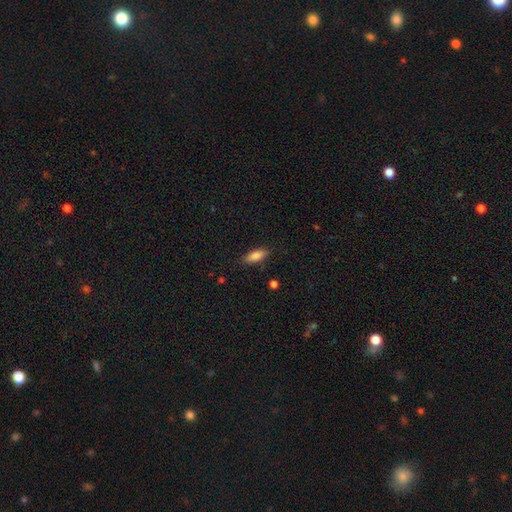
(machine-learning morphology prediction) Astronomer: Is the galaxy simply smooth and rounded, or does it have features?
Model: smooth — 82%.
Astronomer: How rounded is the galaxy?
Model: in between — 73%.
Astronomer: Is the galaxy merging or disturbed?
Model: none — 85%.